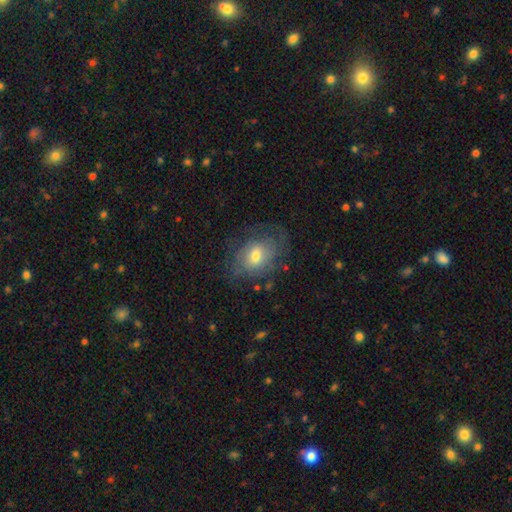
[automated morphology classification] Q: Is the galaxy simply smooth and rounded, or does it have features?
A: featured or disk — 51%.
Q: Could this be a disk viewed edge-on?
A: no — 95%.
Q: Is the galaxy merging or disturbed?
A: none — 59%.